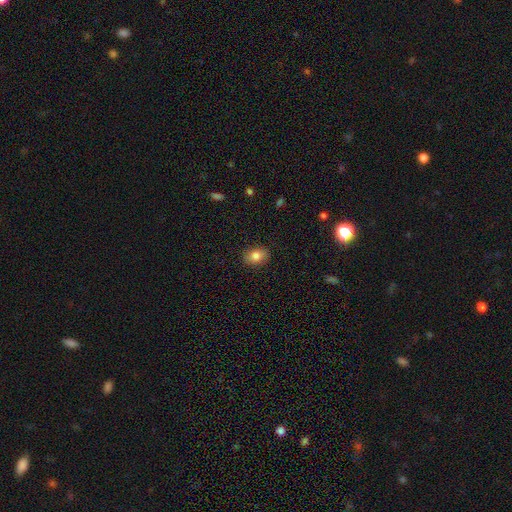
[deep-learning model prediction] Morphology: type=smooth (82%); roundness=in between (66%); merging=none (88%).